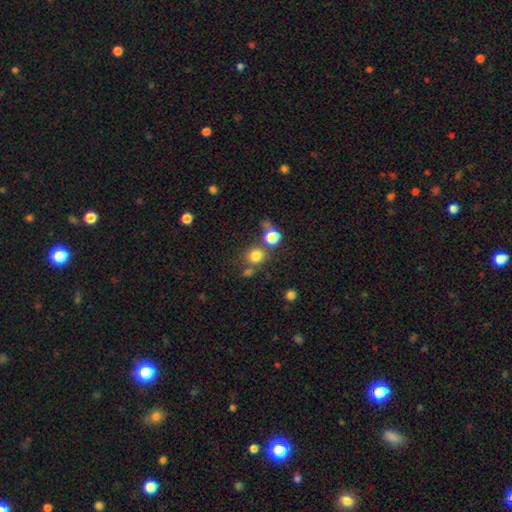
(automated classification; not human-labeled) smooth-or-featured: smooth: 78% | star or artifact: 15% | featured or disk: 7%
  how-rounded: round: 88% | in between: 11% | cigar-shaped: 1%
  merging: none: 67% | merger: 18% | minor disturbance: 10% | major disturbance: 5%